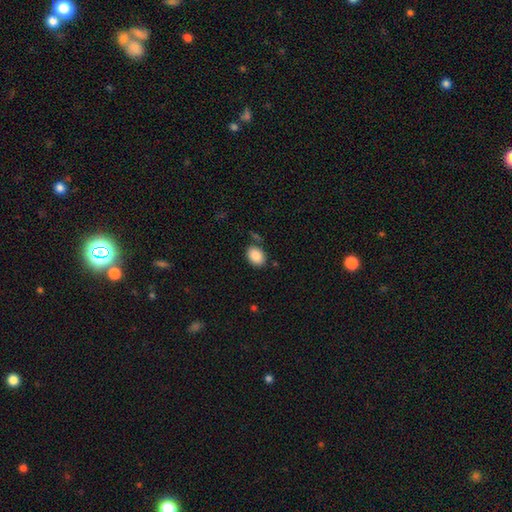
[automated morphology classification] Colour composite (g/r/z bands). It shows a smooth galaxy with no disk features (88%) that is in between round and cigar-shaped (75%). Merging: none (79%).